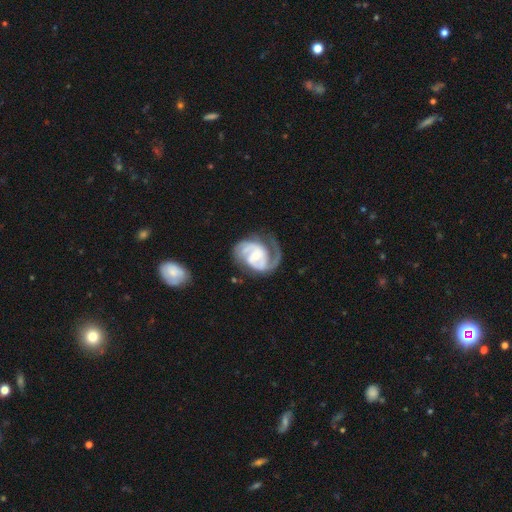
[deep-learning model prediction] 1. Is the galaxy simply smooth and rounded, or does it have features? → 89% featured or disk, 7% smooth, 4% star or artifact.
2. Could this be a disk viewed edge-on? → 98% no, 2% yes.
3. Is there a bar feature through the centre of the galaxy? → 47% no, 41% weak, 12% strong.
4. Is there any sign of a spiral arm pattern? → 97% yes, 3% no.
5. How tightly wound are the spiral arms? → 46% medium, 41% tight, 13% loose.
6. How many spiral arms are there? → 73% 2, 8% can't tell, 8% 3, 7% 1, 2% 4, 2% more than 4.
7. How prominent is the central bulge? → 50% small, 42% moderate, 4% large, 3% none, 1% dominant.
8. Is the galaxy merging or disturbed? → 58% none, 21% minor disturbance, 19% major disturbance, 3% merger.